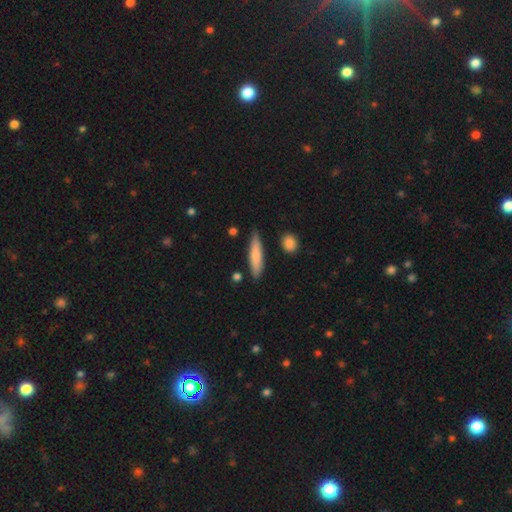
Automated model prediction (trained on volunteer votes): Q: Smooth or featured?
A: smooth (77%); runner-up: featured or disk (18%)
Q: How rounded?
A: cigar-shaped (82%); runner-up: in between (17%)
Q: Merging?
A: none (85%); runner-up: minor disturbance (11%)